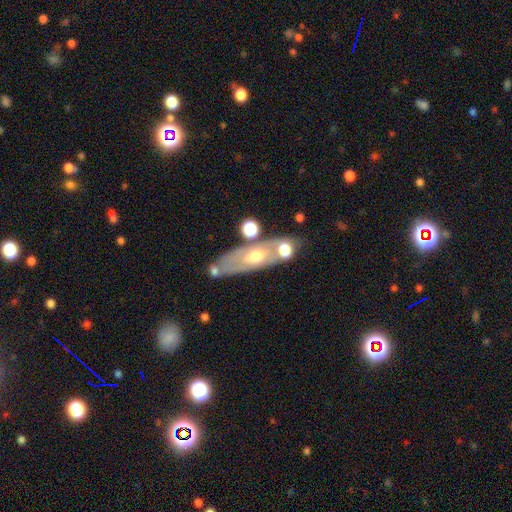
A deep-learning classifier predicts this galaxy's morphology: Q: Smooth or featured?
A: featured or disk (60%); runner-up: smooth (32%)
Q: Edge-on disk?
A: no (68%); runner-up: yes (32%)
Q: Merging?
A: none (61%); runner-up: minor disturbance (17%)